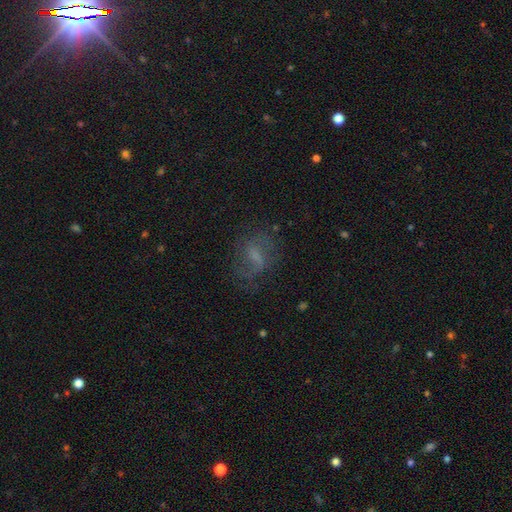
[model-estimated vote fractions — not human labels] A featured or disk galaxy (54%) with a weak bar (51%), spiral arms (78%) and no central bulge (38%).

Vote fractions:
- Smooth or featured? featured or disk: 54% / smooth: 30% / star or artifact: 16%
- Edge-on disk? no: 95% / yes: 5%
- Bar? weak: 51% / no: 24% / strong: 24%
- Spiral arms? yes: 78% / no: 22%
- Bulge size? none: 38% / small: 30% / moderate: 24% / large: 6% / dominant: 1%
- Merging? none: 66% / minor disturbance: 18% / major disturbance: 14% / merger: 2%